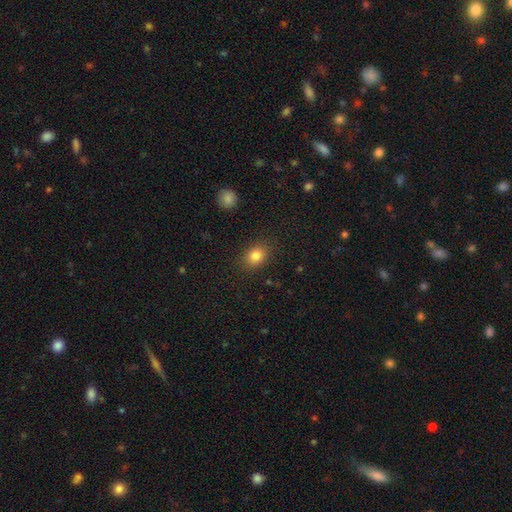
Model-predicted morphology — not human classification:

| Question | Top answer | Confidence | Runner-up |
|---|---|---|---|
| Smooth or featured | smooth | 84% | star or artifact (10%) |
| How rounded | in between | 57% | round (42%) |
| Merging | none | 85% | minor disturbance (10%) |